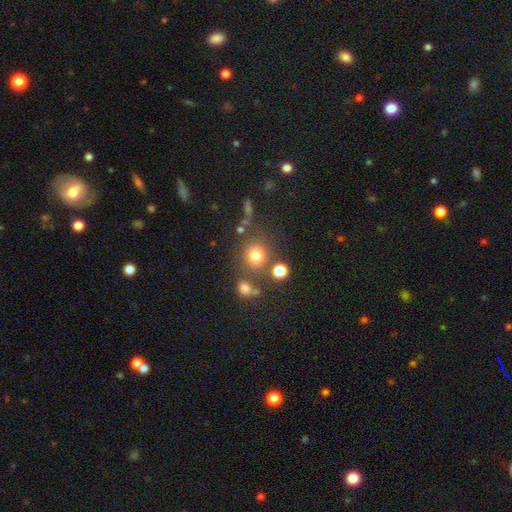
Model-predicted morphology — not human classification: smooth-or-featured: smooth: 74% | star or artifact: 17% | featured or disk: 9%
  how-rounded: round: 86% | in between: 13% | cigar-shaped: 1%
  merging: none: 71% | merger: 12% | minor disturbance: 11% | major disturbance: 6%